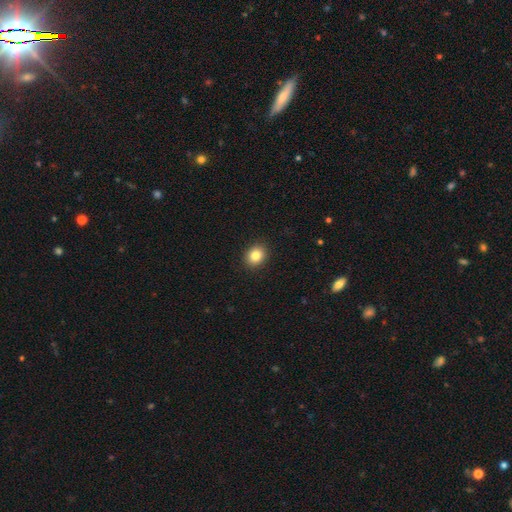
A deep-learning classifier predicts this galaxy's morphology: Q: Smooth or featured?
A: smooth (84%); runner-up: star or artifact (10%)
Q: How rounded?
A: round (59%); runner-up: in between (40%)
Q: Merging?
A: none (91%); runner-up: minor disturbance (6%)